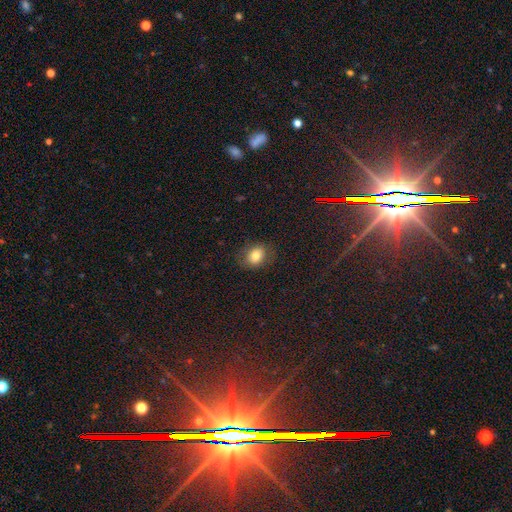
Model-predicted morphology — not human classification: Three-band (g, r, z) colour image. It shows a smooth galaxy with no disk features (78%) that is in between round and cigar-shaped (58%). Merging: none (79%).